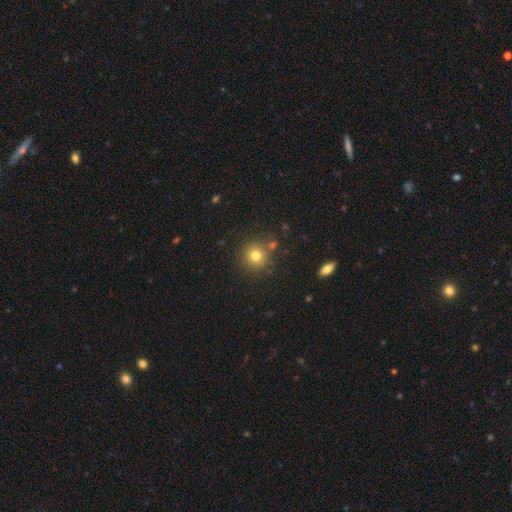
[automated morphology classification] Overall: smooth (77%). How rounded: round (92%). Merging: none (79%).